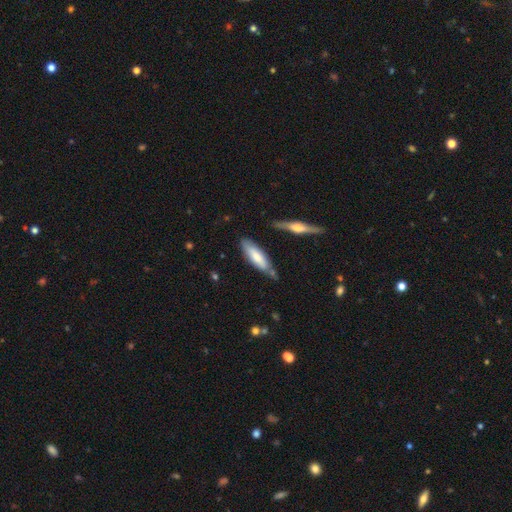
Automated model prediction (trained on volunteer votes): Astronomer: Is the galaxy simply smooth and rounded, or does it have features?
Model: smooth — 69%.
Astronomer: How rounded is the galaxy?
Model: cigar-shaped — 57% (runner-up: in between, 41%).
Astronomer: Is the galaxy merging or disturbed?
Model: none — 66%.